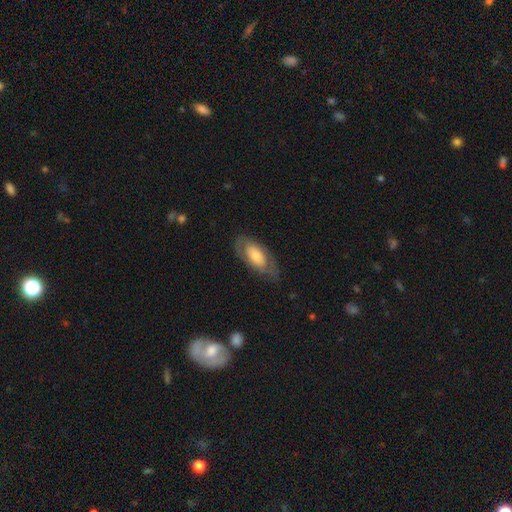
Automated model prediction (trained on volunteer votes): Smooth or featured? Predicted: smooth (p=0.48). Merging? Predicted: none (p=0.73).